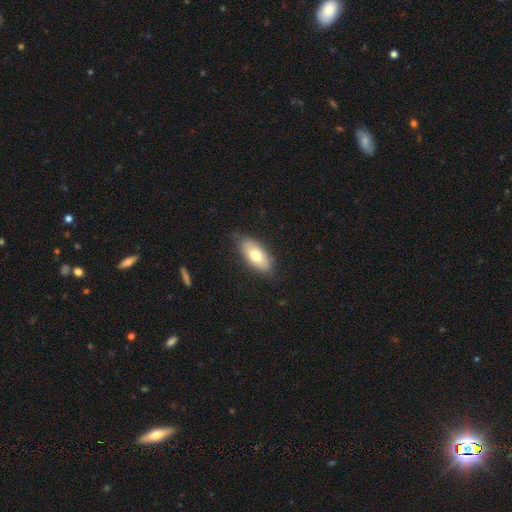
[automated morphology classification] A smooth galaxy with no disk features (72%) that is in between round and cigar-shaped (88%).

Vote fractions:
- Smooth or featured? smooth: 72% / featured or disk: 22% / star or artifact: 6%
- How rounded? in between: 88% / cigar-shaped: 9% / round: 3%
- Merging? none: 80% / minor disturbance: 16% / major disturbance: 3% / merger: 1%